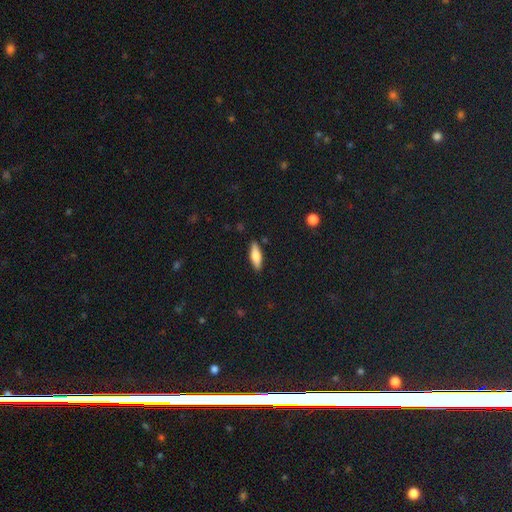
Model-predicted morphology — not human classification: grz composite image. It shows a smooth galaxy with no disk features (67%) that is cigar-shaped (50%). Merging: none (87%).